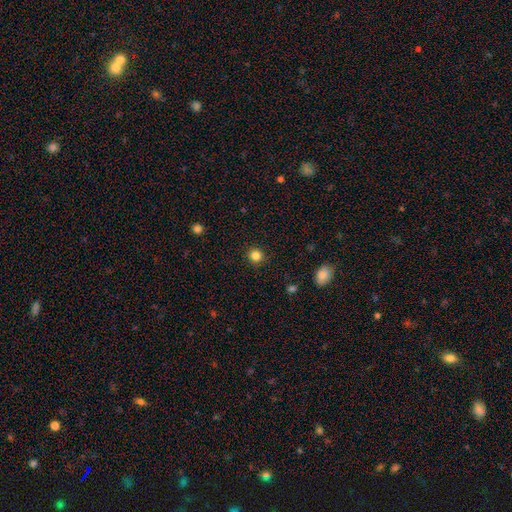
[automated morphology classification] Overall: smooth (84%). How rounded: round (91%). Merging: none (90%).